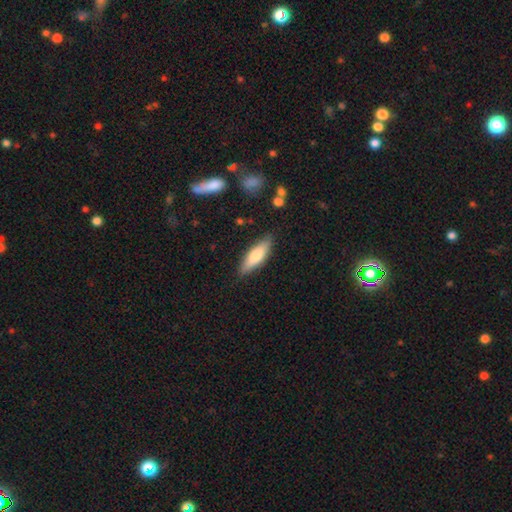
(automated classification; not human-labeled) The model was most divided on "how rounded": cigar-shaped: 52%, in between: 46%, round: 2%. More confident: merging — none (85%); smooth or featured — smooth (70%).